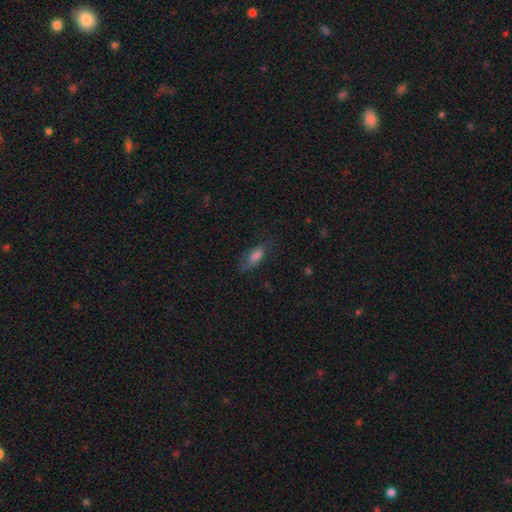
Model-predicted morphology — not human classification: Smooth or featured? smooth (70%)
How rounded? in between (74%)
Merging? none (61%)